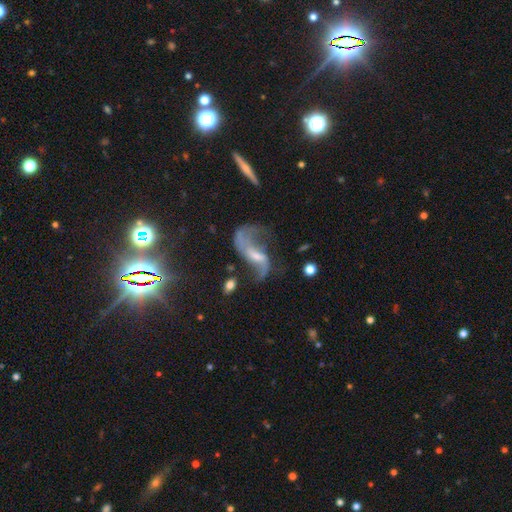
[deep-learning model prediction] featured or disk 79%, star or artifact 11%, smooth 9%. Down the decision tree: edge-on disk — no (94%); bar — weak (43%); spiral arms — yes (89%); spiral arm count — 2 (84%); spiral winding — loose (81%); bulge size — small (47%); merging — none (45%).